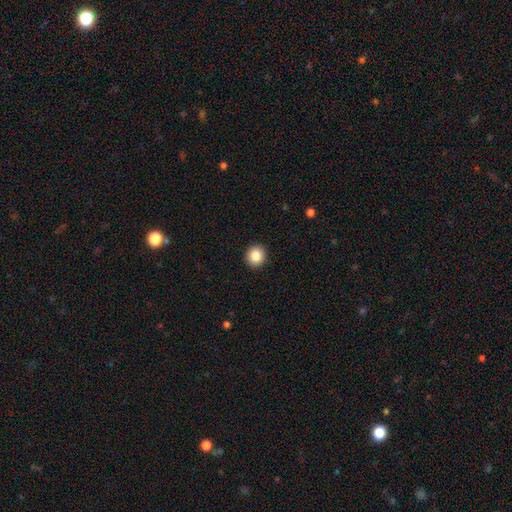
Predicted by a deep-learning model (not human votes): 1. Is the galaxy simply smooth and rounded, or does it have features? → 85% smooth, 9% star or artifact, 5% featured or disk.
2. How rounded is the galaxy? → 89% round, 10% in between, 1% cigar-shaped.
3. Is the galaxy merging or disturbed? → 92% none, 5% minor disturbance, 2% major disturbance, 1% merger.